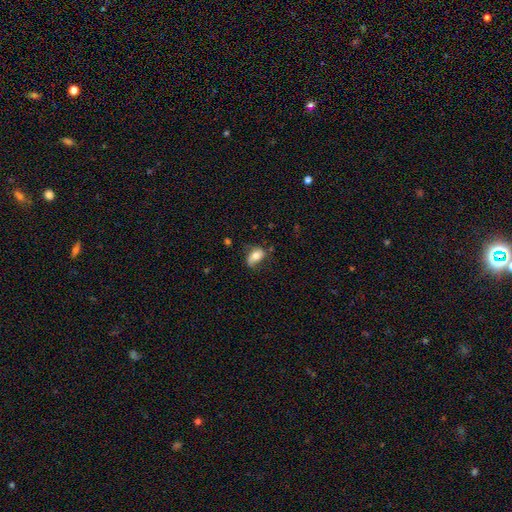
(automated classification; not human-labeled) A smooth galaxy with no disk features (65%) that is in between round and cigar-shaped (88%). Merging: none (56%).